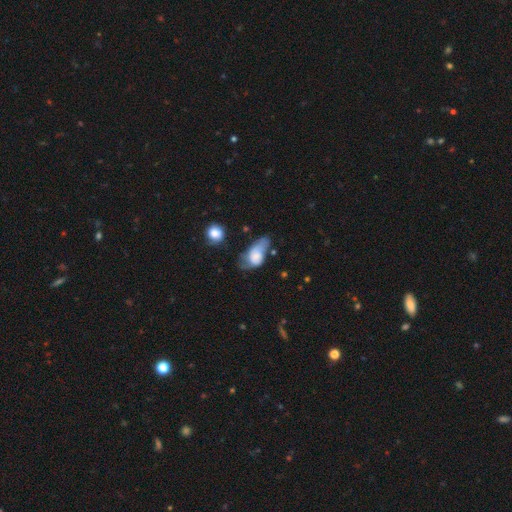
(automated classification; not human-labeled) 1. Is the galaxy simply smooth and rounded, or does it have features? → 62% smooth, 30% featured or disk, 8% star or artifact.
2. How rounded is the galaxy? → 88% in between, 8% round, 4% cigar-shaped.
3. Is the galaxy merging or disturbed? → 36% major disturbance, 34% minor disturbance, 21% none, 9% merger.